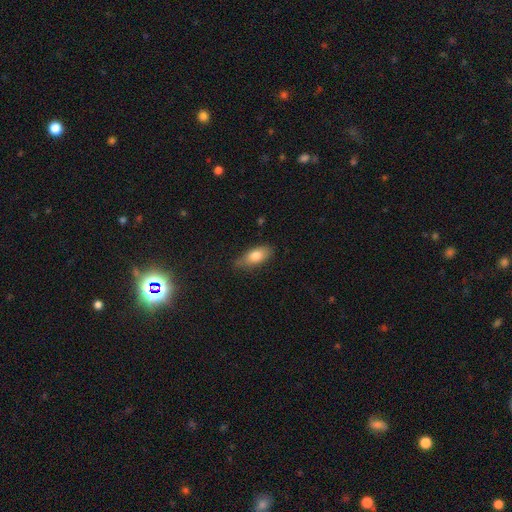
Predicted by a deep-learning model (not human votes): Morphology: type=smooth (78%); roundness=in between (85%); merging=none (71%).